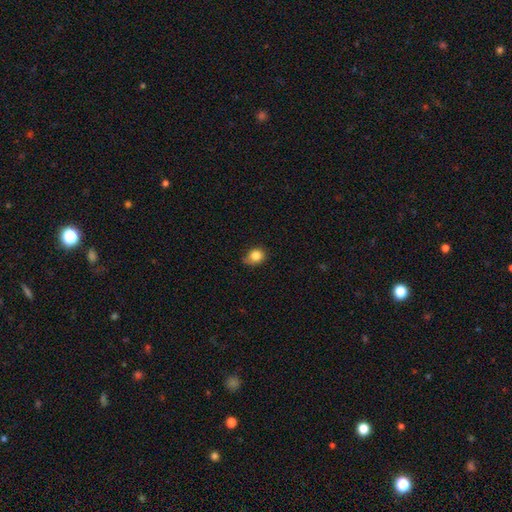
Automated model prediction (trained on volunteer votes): smooth-or-featured: smooth: 83% | star or artifact: 10% | featured or disk: 7%
  how-rounded: round: 63% | in between: 36% | cigar-shaped: 1%
  merging: none: 57% | minor disturbance: 34% | major disturbance: 7% | merger: 2%